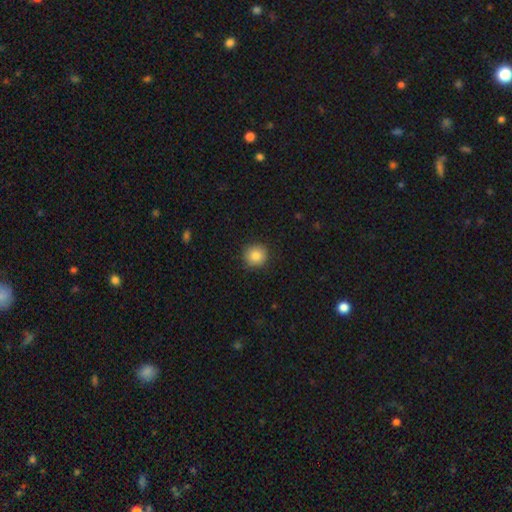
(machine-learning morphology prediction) This is clearly a smooth galaxy (84%). How rounded: clearly round (93%). Merging: clearly none (90%).